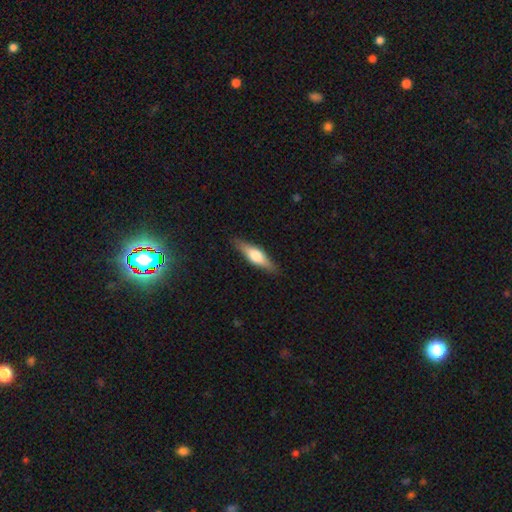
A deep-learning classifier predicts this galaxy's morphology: The model was most divided on "smooth or featured": featured or disk: 48%, smooth: 46%, star or artifact: 6%. More confident: merging — none (87%).